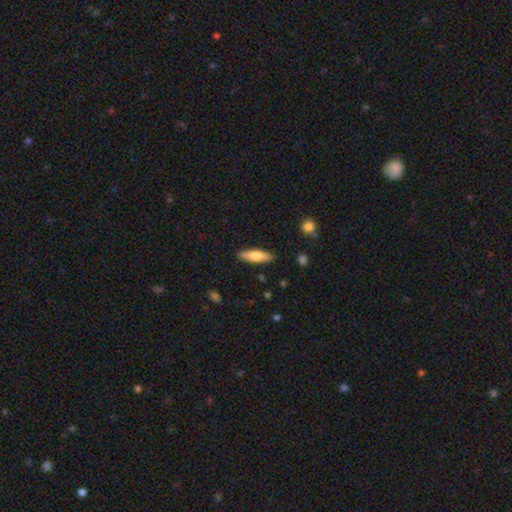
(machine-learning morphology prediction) This is likely a smooth galaxy (67%). How rounded: possibly cigar-shaped (58%). Merging: clearly none (88%).